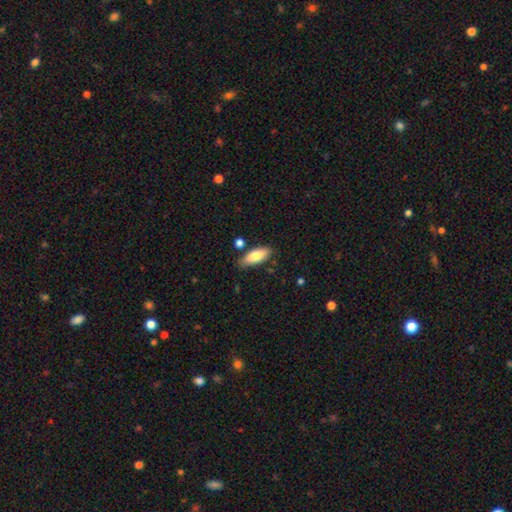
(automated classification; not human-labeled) Morphology: type=smooth (81%); roundness=in between (75%); merging=none (78%).